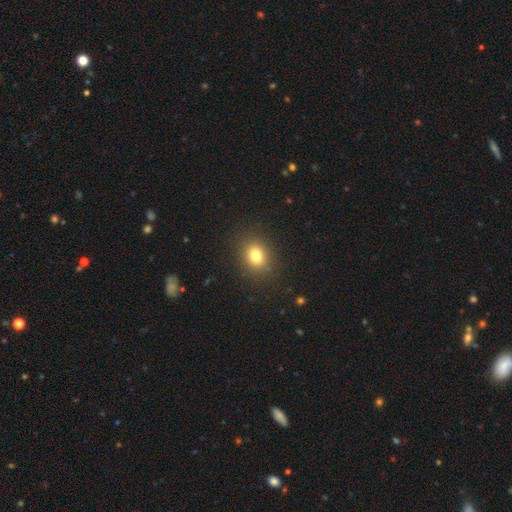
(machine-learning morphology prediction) smooth 79%, star or artifact 13%, featured or disk 8%. Down the decision tree: how rounded — round (60%); merging — none (88%).